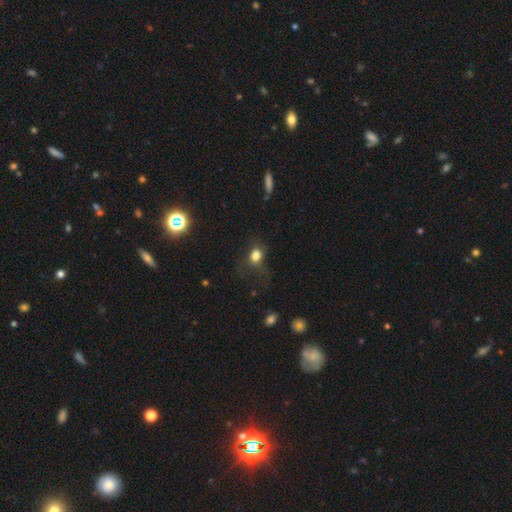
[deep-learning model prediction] A smooth galaxy with no disk features (75%) that is round (52%). Merging: none (46%).